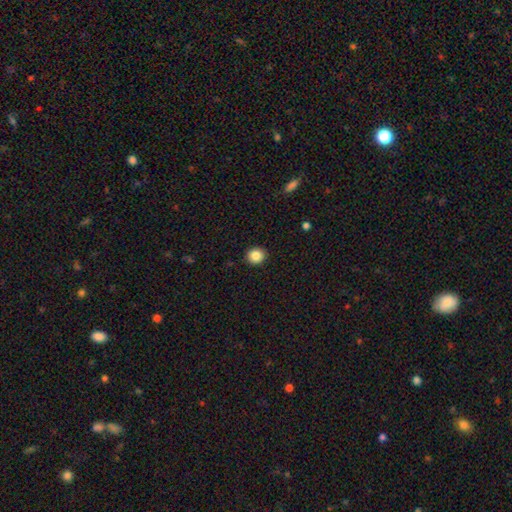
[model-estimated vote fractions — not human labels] smooth_or_featured: smooth (p=0.86) [alt: star or artifact p=0.10]
how_rounded: round (p=0.84) [alt: in between p=0.15]
merging: none (p=0.92) [alt: minor disturbance p=0.06]